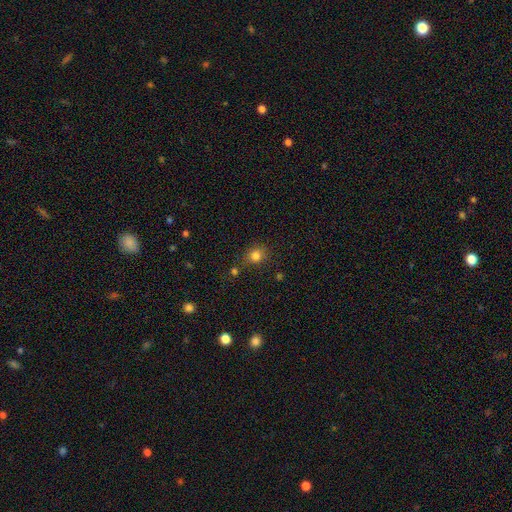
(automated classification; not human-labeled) Smooth or featured?
  - smooth: 80% *
  - star or artifact: 14%
  - featured or disk: 6%
How rounded?
  - round: 80% *
  - in between: 19%
  - cigar-shaped: 1%
Merging?
  - none: 72% *
  - minor disturbance: 14%
  - merger: 9%
  - major disturbance: 5%